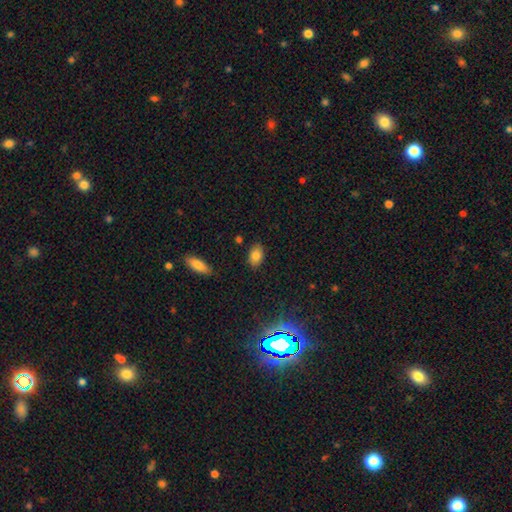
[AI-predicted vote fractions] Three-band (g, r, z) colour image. It shows a smooth galaxy with no disk features (82%) that is in between round and cigar-shaped (87%). Merging: none (84%).